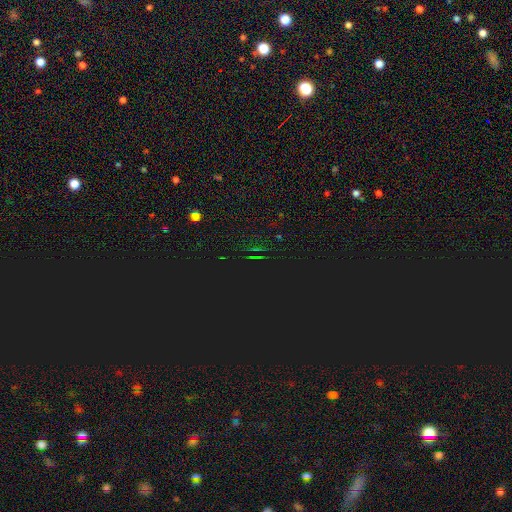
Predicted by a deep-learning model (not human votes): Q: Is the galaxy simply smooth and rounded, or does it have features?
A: star or artifact — 83%.